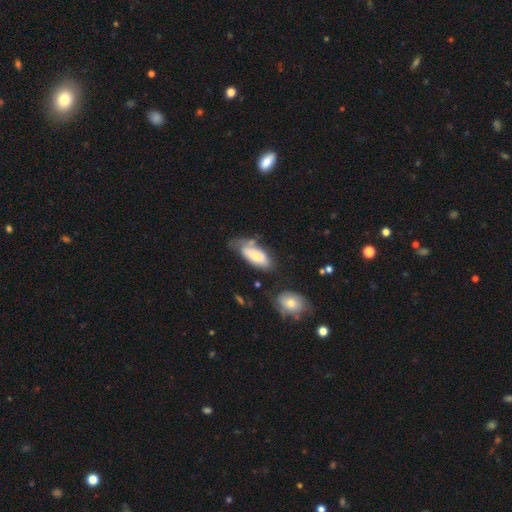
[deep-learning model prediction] Smooth or featured? smooth (68%)
How rounded? in between (85%)
Merging? none (42%)